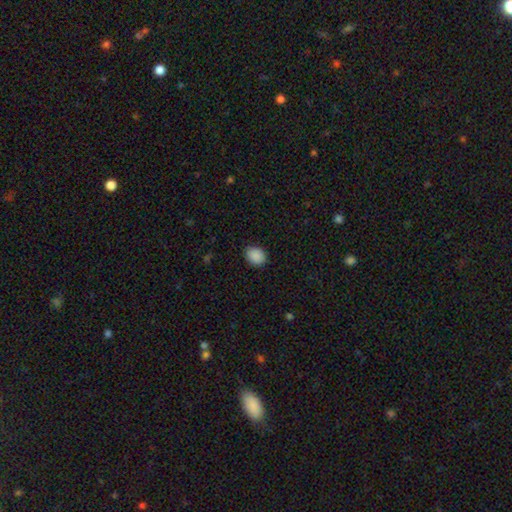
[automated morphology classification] This appears to be a smooth galaxy with no disk features (89%) that is round (53%). Merging: none (87%).